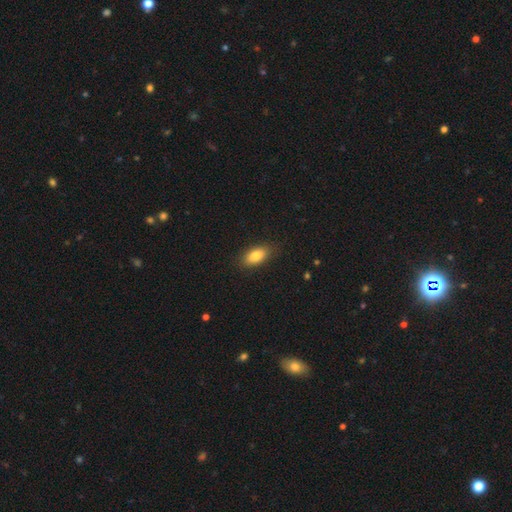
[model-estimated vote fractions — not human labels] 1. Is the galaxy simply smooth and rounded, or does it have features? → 84% smooth, 9% featured or disk, 7% star or artifact.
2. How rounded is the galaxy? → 89% in between, 7% cigar-shaped, 4% round.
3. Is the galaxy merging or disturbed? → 86% none, 11% minor disturbance, 3% major disturbance, 1% merger.